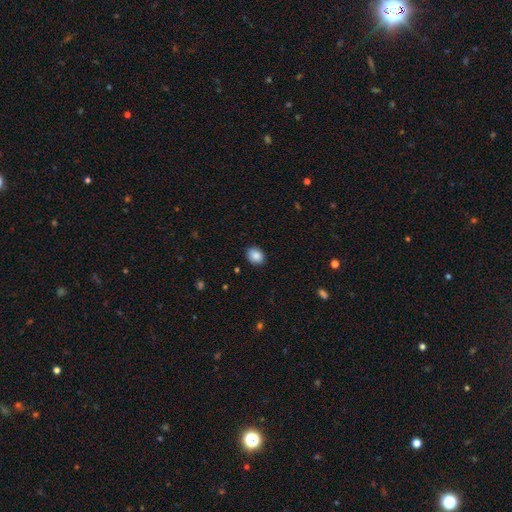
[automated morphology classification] A smooth galaxy with no disk features (88%) that is in between round and cigar-shaped (55%).

Vote fractions:
- Smooth or featured? smooth: 88% / star or artifact: 8% / featured or disk: 4%
- How rounded? in between: 55% / round: 44% / cigar-shaped: 1%
- Merging? none: 88% / minor disturbance: 9% / major disturbance: 2% / merger: 1%